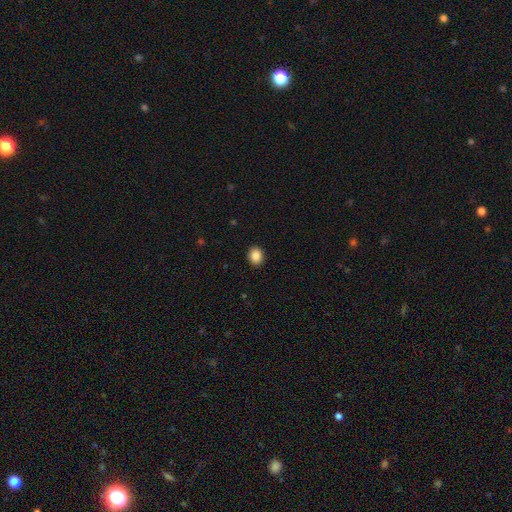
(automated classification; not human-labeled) The model was most divided on "how rounded": round: 60%, in between: 39%, cigar-shaped: 1%. More confident: merging — none (91%); smooth or featured — smooth (87%).